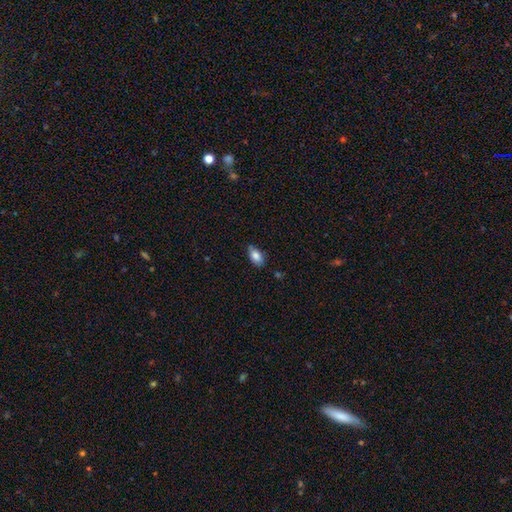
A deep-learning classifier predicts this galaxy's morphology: This is clearly a smooth galaxy (83%). How rounded: clearly in between (91%). Merging: likely none (74%).